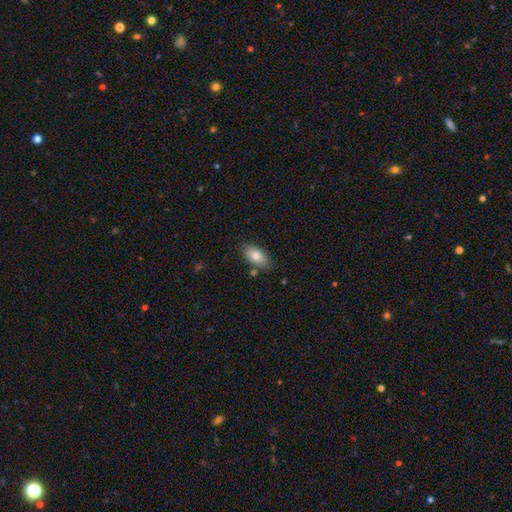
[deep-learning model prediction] Smooth or featured? smooth (80%)
How rounded? in between (91%)
Merging? none (79%)